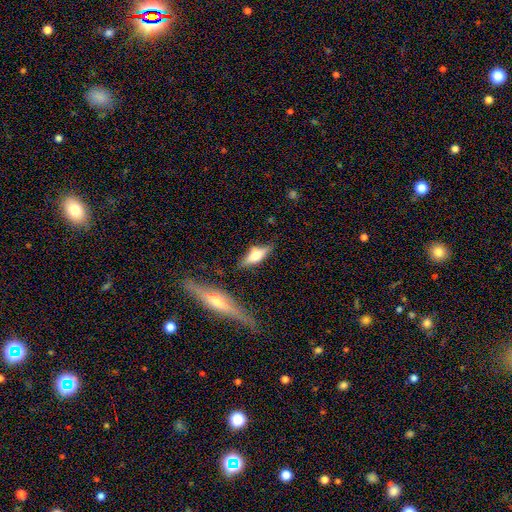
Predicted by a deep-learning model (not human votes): Morphology: type=featured or disk (52%); edge-on=yes (91%); merging=none (75%).